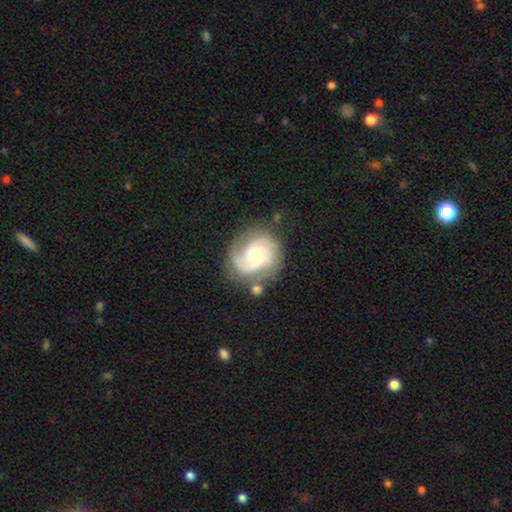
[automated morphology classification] smooth_or_featured: featured or disk (p=0.75) [alt: smooth p=0.18]
disk_edge_on: no (p=0.98) [alt: yes p=0.02]
bar: no (p=0.51) [alt: weak p=0.41]
has_spiral_arms: yes (p=0.94) [alt: no p=0.06]
spiral_winding: medium (p=0.43) [alt: tight p=0.40]
spiral_arm_count: 2 (p=0.58) [alt: can't tell p=0.15]
bulge_size: moderate (p=0.45) [alt: small p=0.38]
merging: none (p=0.63) [alt: minor disturbance p=0.20]